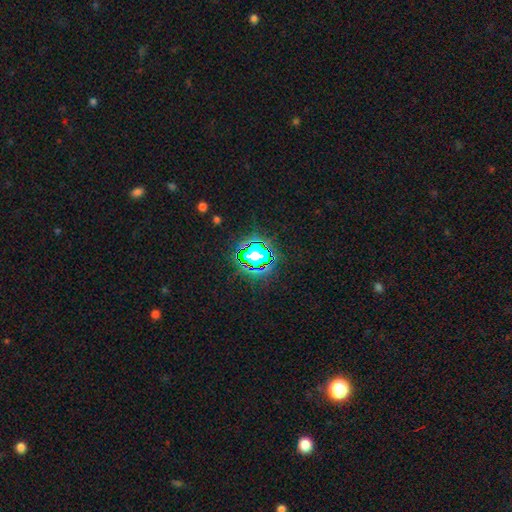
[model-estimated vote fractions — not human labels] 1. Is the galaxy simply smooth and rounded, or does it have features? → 71% star or artifact, 19% smooth, 10% featured or disk.